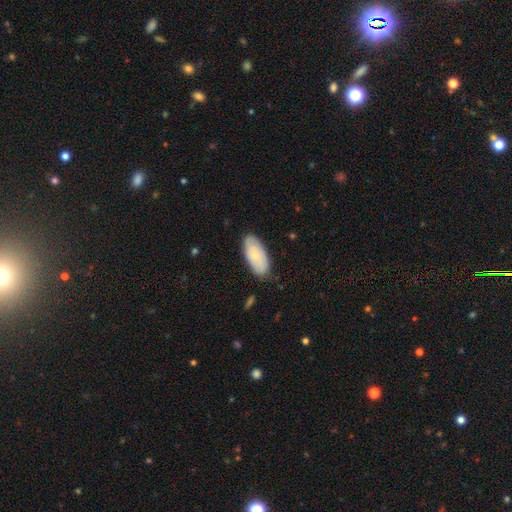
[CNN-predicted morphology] smooth_or_featured: smooth (p=0.62) [alt: featured or disk p=0.32]
how_rounded: in between (p=0.92) [alt: cigar-shaped p=0.06]
merging: none (p=0.81) [alt: minor disturbance p=0.15]